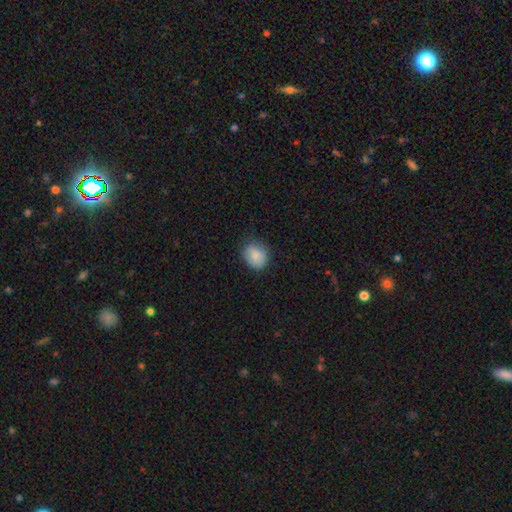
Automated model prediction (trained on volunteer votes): Smooth or featured? smooth (86%)
How rounded? round (65%)
Merging? none (79%)